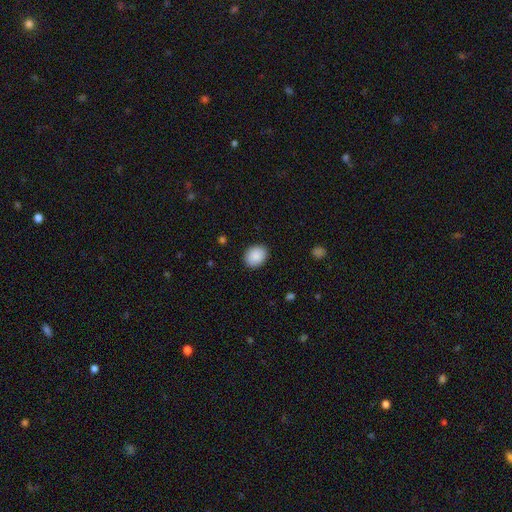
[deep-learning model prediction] Smooth or featured? Predicted: smooth (p=0.90). How rounded? Predicted: in between (p=0.52). Merging? Predicted: none (p=0.89).